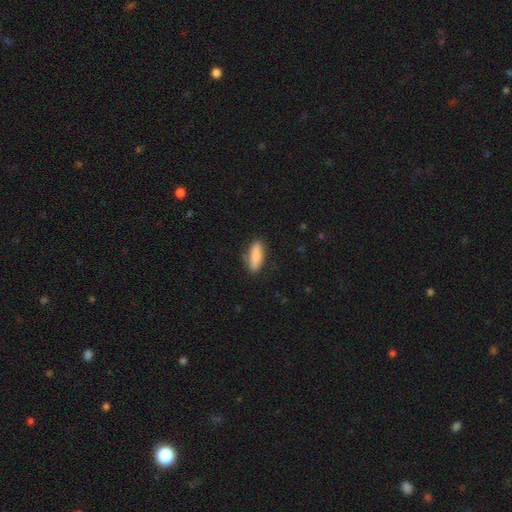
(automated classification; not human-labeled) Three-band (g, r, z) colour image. It shows a smooth galaxy with no disk features (83%) that is in between round and cigar-shaped (55%). Merging: none (81%).